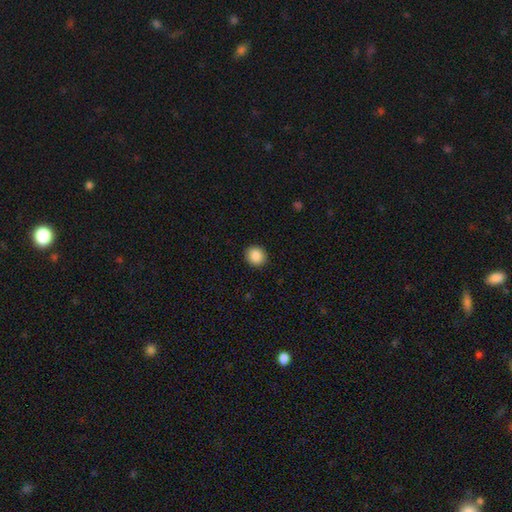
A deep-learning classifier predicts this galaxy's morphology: smooth-or-featured: smooth: 88% | star or artifact: 8% | featured or disk: 4%
  how-rounded: round: 82% | in between: 17% | cigar-shaped: 1%
  merging: none: 92% | minor disturbance: 6% | major disturbance: 2% | merger: 1%